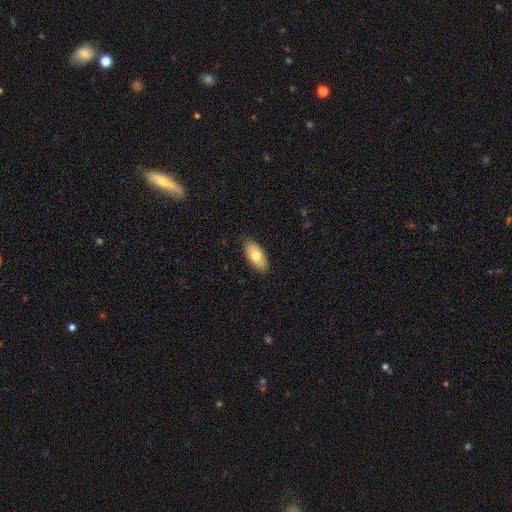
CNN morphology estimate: The model was most divided on "smooth or featured": smooth: 71%, featured or disk: 23%, star or artifact: 6%. More confident: how rounded — in between (92%); merging — none (84%).